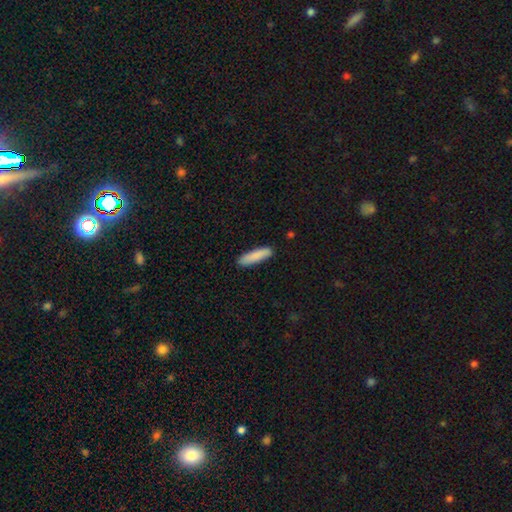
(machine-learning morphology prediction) A smooth galaxy with no disk features (88%) that is cigar-shaped (76%). Merging: none (88%).